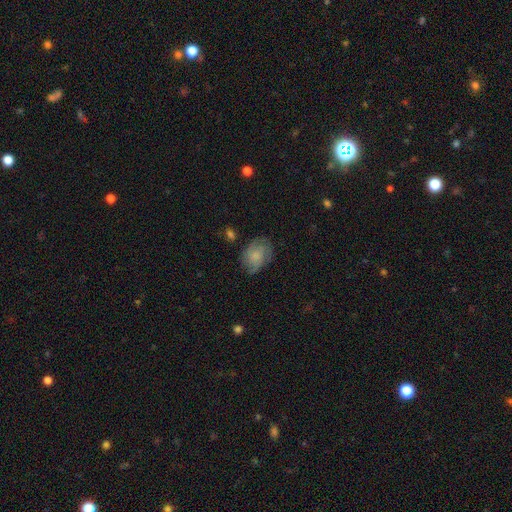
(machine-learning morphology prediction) Smooth or featured? smooth (49%)
Merging? none (65%)